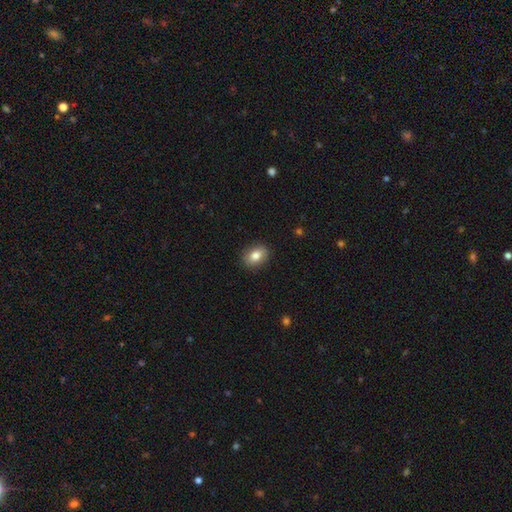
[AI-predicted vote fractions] A smooth galaxy with no disk features (83%) that is in between round and cigar-shaped (72%). Merging: none (89%).